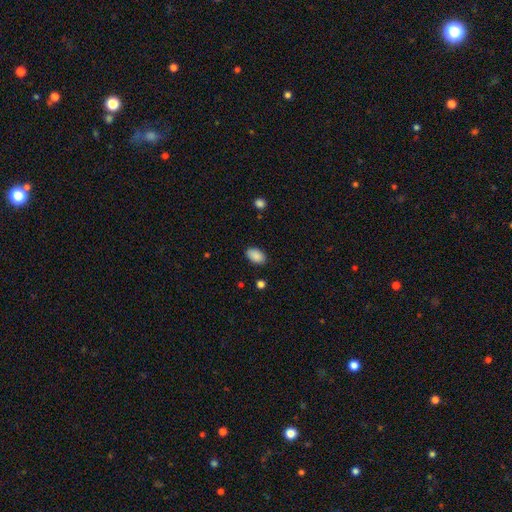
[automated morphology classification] The model was most divided on "merging": none: 85%, minor disturbance: 11%, major disturbance: 3%, merger: 1%. More confident: how rounded — in between (91%); smooth or featured — smooth (89%).